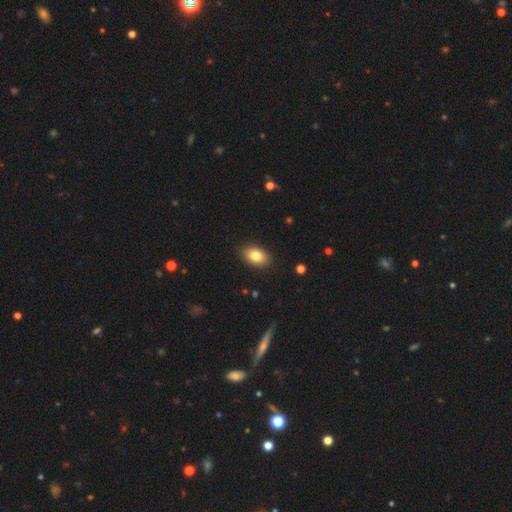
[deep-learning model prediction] The model was most divided on "how rounded": in between: 85%, round: 14%, cigar-shaped: 1%. More confident: merging — none (88%); smooth or featured — smooth (81%).